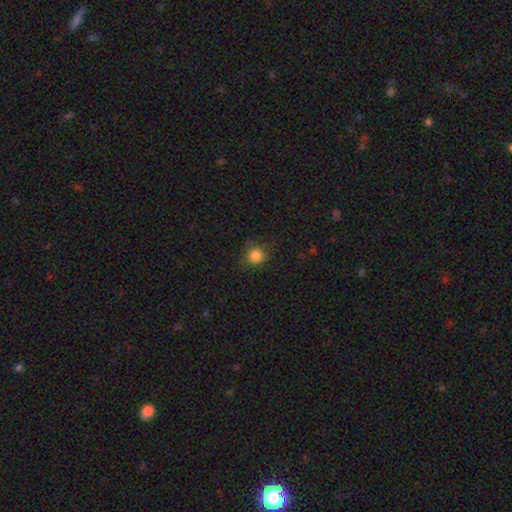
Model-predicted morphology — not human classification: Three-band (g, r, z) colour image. It shows a smooth galaxy with no disk features (83%) that is round (88%). Merging: none (76%).